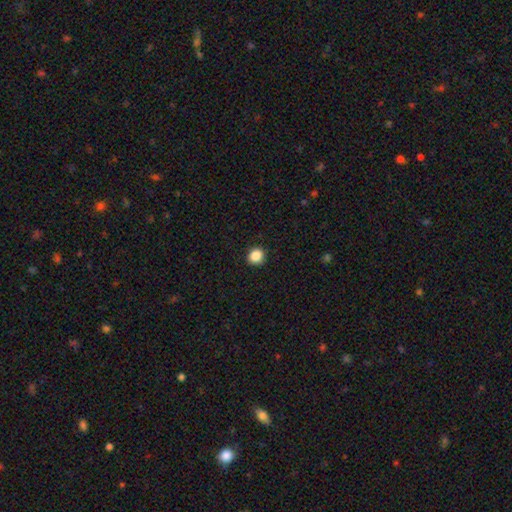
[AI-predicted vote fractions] This appears to be a smooth galaxy with no disk features (87%) that is round (87%). Merging: none (92%).